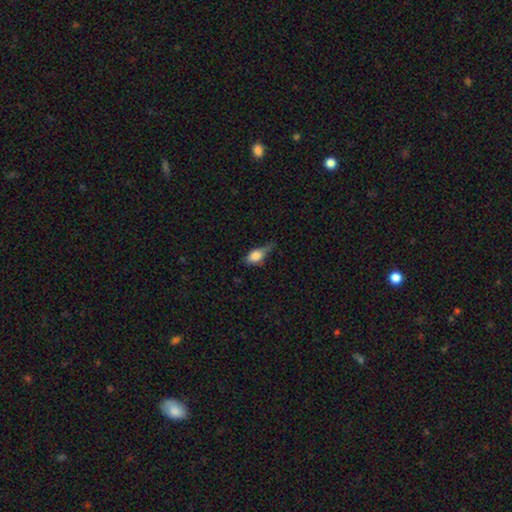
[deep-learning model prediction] This is likely a smooth galaxy (71%). How rounded: likely in between (76%). Merging: marginally minor disturbance (41%).